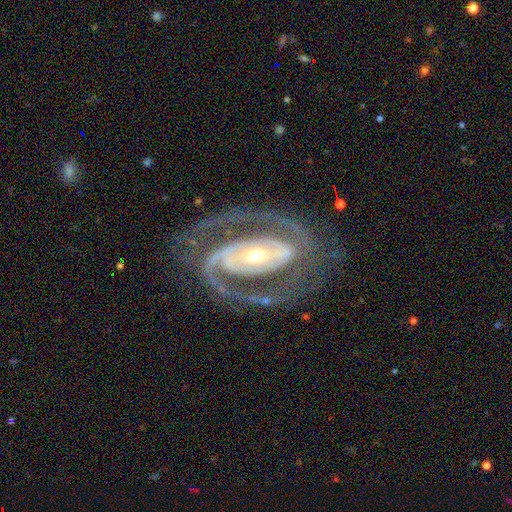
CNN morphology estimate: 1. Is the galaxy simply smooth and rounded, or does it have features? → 92% featured or disk, 4% star or artifact, 4% smooth.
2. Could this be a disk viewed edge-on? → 96% no, 4% yes.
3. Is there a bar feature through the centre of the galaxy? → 40% strong, 35% no, 26% weak.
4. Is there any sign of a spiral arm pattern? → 96% yes, 4% no.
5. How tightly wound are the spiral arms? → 46% tight, 44% medium, 9% loose.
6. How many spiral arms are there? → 88% 2, 3% 3, 3% can't tell, 2% 1, 1% 4, 1% more than 4.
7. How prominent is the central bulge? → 52% moderate, 40% small, 6% large, 1% dominant, 1% none.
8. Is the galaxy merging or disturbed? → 76% none, 13% minor disturbance, 10% major disturbance, 2% merger.